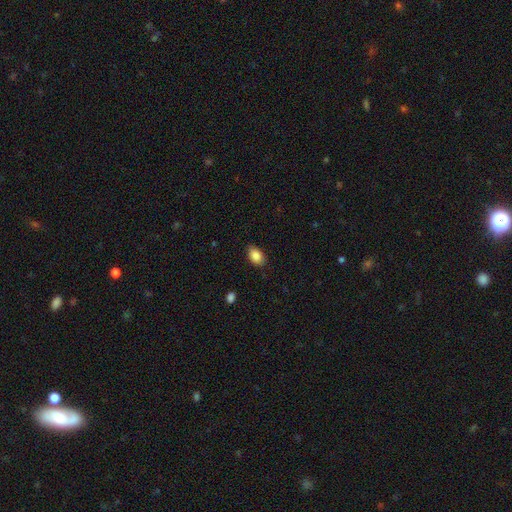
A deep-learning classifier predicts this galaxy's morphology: This is clearly a smooth galaxy (87%). How rounded: clearly in between (86%). Merging: clearly none (84%).